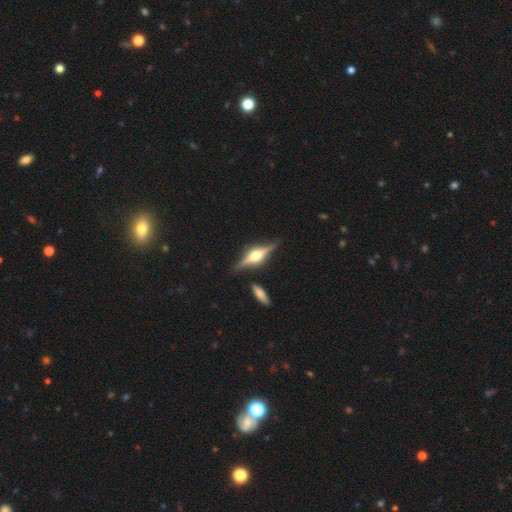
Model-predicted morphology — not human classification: Q: Smooth or featured?
A: featured or disk (80%); runner-up: smooth (14%)
Q: Edge-on disk?
A: yes (97%); runner-up: no (3%)
Q: Edge-on bulge?
A: rounded (93%); runner-up: boxy (5%)
Q: Merging?
A: none (84%); runner-up: minor disturbance (10%)